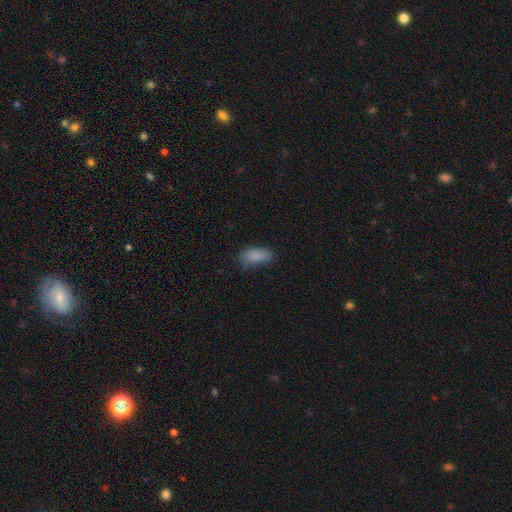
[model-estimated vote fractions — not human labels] Smooth or featured? smooth (86%)
How rounded? in between (91%)
Merging? none (66%)